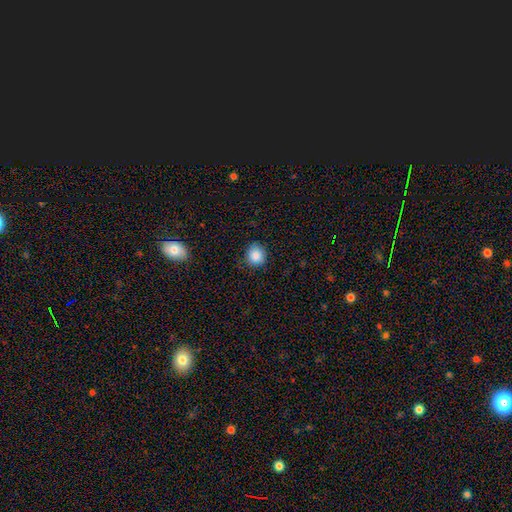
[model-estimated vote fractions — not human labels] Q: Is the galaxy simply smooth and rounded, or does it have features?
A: smooth — 87%.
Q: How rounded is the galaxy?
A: round — 87%.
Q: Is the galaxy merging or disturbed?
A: none — 84%.